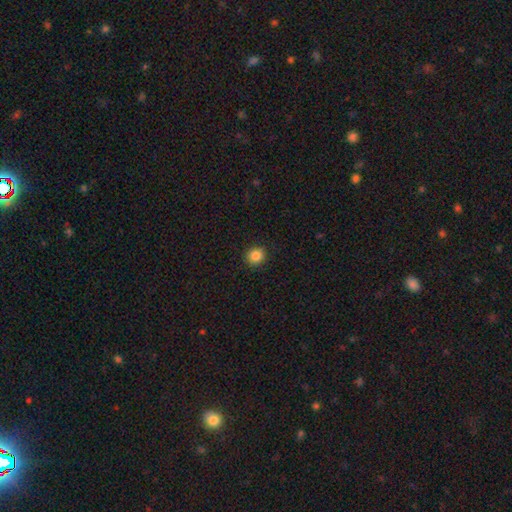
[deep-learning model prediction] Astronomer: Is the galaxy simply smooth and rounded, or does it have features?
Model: smooth — 86%.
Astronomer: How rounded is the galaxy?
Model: round — 88%.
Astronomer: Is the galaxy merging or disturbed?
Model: none — 91%.